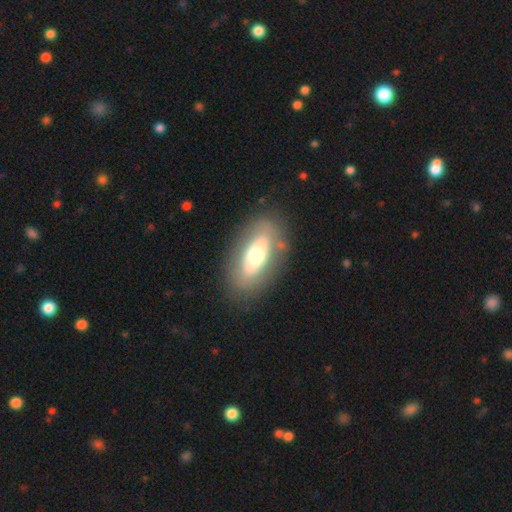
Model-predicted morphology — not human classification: A smooth galaxy with no disk features (53%) that is in between round and cigar-shaped (86%). Merging: none (82%).